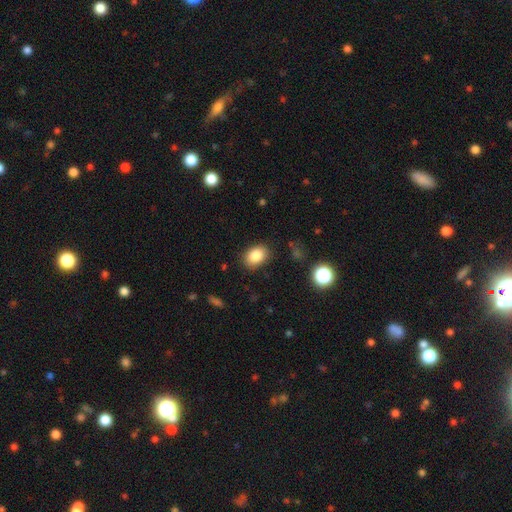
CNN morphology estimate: smooth-or-featured: smooth: 84% | star or artifact: 9% | featured or disk: 7%
  how-rounded: in between: 77% | round: 22% | cigar-shaped: 1%
  merging: none: 85% | minor disturbance: 11% | major disturbance: 3% | merger: 1%